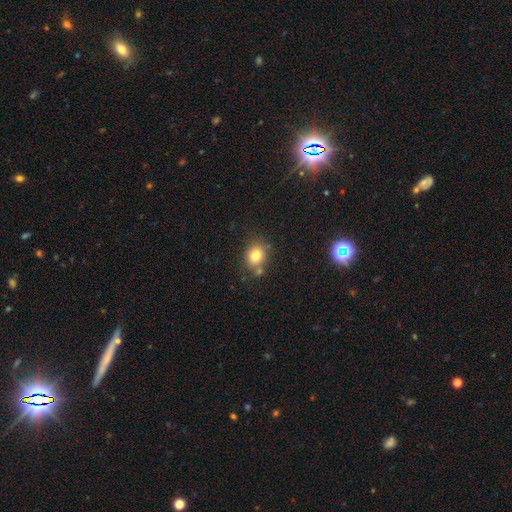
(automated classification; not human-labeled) Smooth or featured? Predicted: smooth (p=0.79). How rounded? Predicted: round (p=0.66). Merging? Predicted: none (p=0.70).